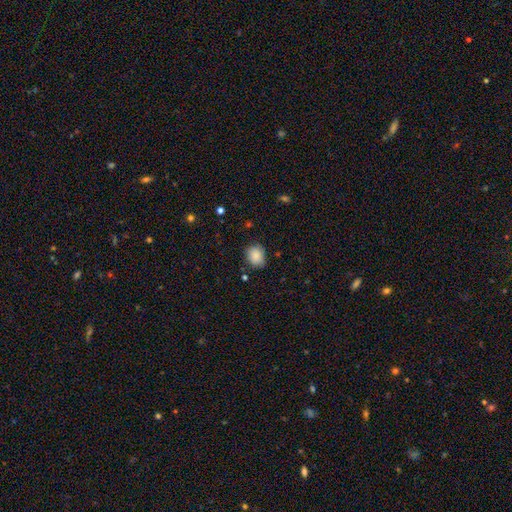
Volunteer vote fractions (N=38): A smooth galaxy with no disk features (84%) that is round (59%).

Vote fractions:
- Smooth or featured? smooth: 84% / featured or disk: 13% / star or artifact: 3%
- How rounded? round: 59% / in between: 41% / cigar-shaped: 0%
- Merging? none: 76% / minor disturbance: 14% / major disturbance: 8% / merger: 3%